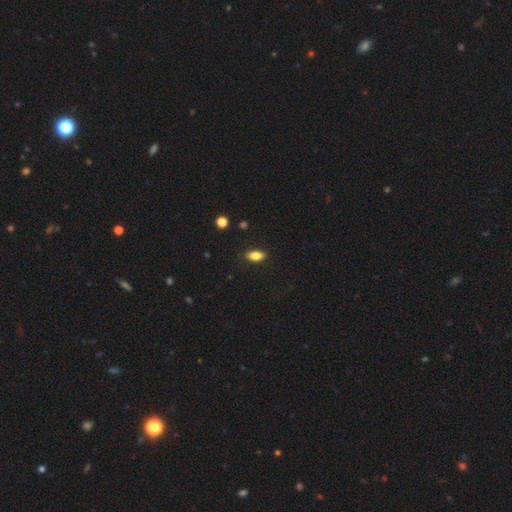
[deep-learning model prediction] The model was most divided on "smooth or featured": smooth: 77%, featured or disk: 15%, star or artifact: 8%. More confident: merging — none (86%); how rounded — in between (82%).